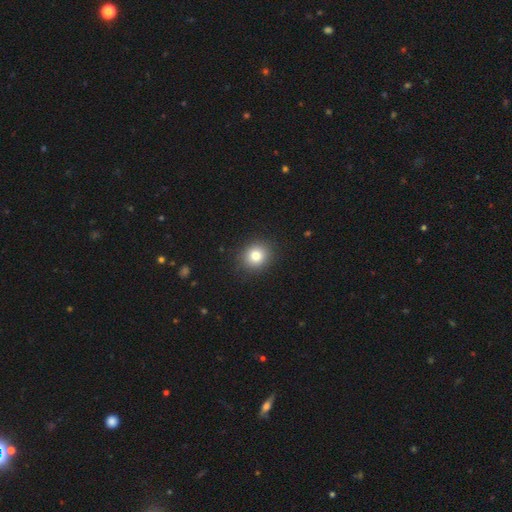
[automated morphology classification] A smooth galaxy with no disk features (81%) that is round (80%).

Vote fractions:
- Smooth or featured? smooth: 81% / star or artifact: 11% / featured or disk: 8%
- How rounded? round: 80% / in between: 19% / cigar-shaped: 1%
- Merging? none: 90% / minor disturbance: 7% / major disturbance: 2% / merger: 1%